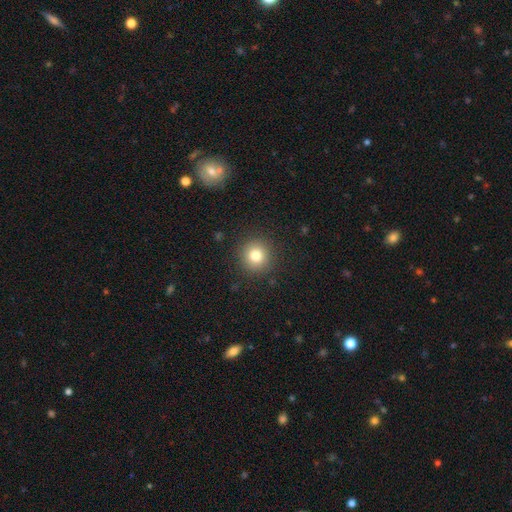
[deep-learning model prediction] Overall: smooth (80%). How rounded: round (94%). Merging: none (90%).